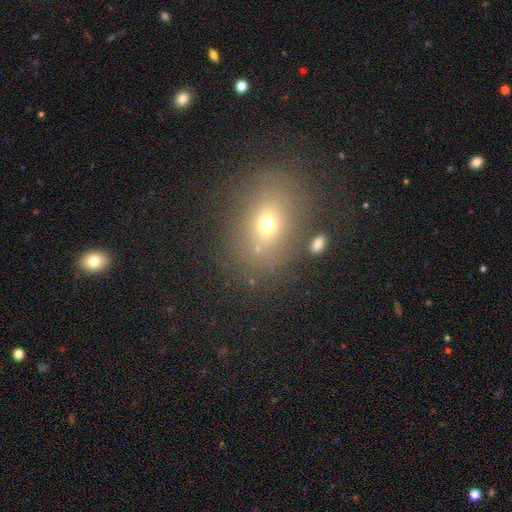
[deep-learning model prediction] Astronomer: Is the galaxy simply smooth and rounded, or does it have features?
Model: smooth — 58%.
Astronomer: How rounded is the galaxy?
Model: in between — 62%.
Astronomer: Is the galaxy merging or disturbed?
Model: none — 78%.